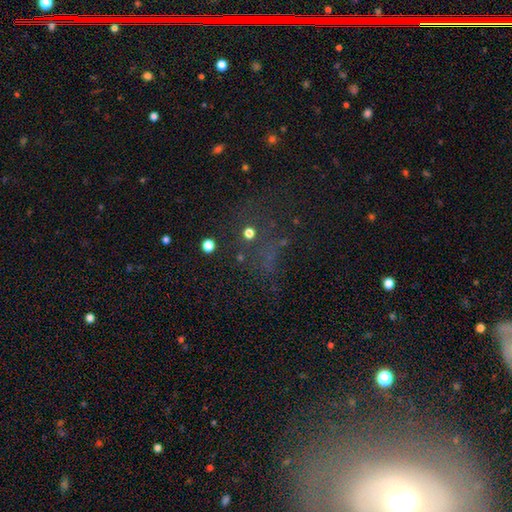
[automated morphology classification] The model was most divided on "smooth or featured": star or artifact: 45%, featured or disk: 34%, smooth: 21%.